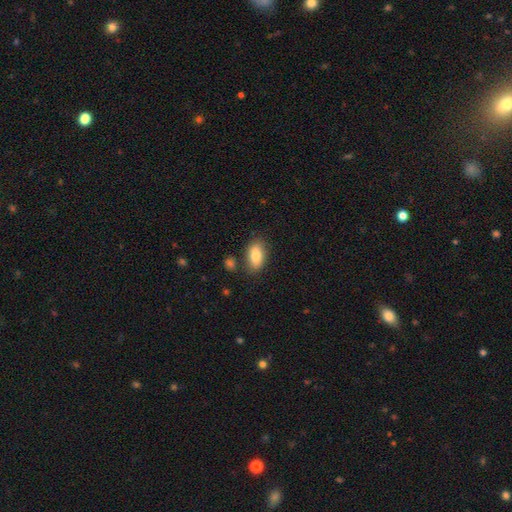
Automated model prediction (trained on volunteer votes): This appears to be a smooth galaxy with no disk features (81%) that is in between round and cigar-shaped (91%). Merging: none (79%).